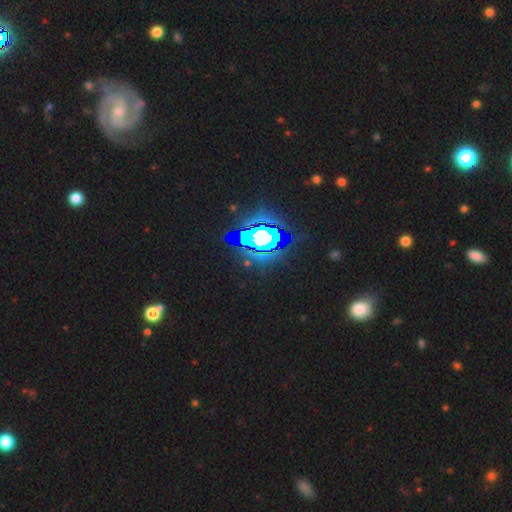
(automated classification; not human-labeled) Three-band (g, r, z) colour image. It shows a star or artifact, not a galaxy (66%).